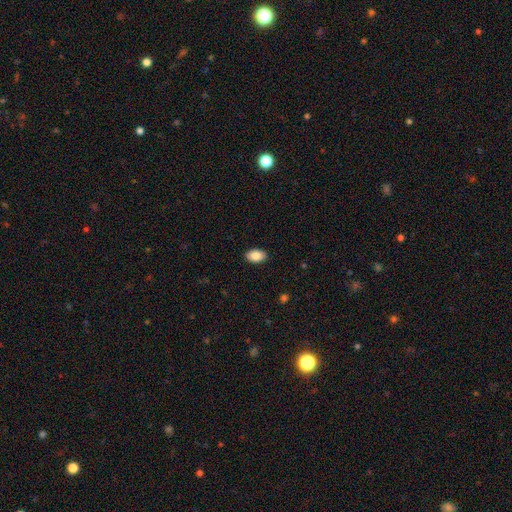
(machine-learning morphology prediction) Overall: smooth (87%). How rounded: in between (92%). Merging: none (90%).